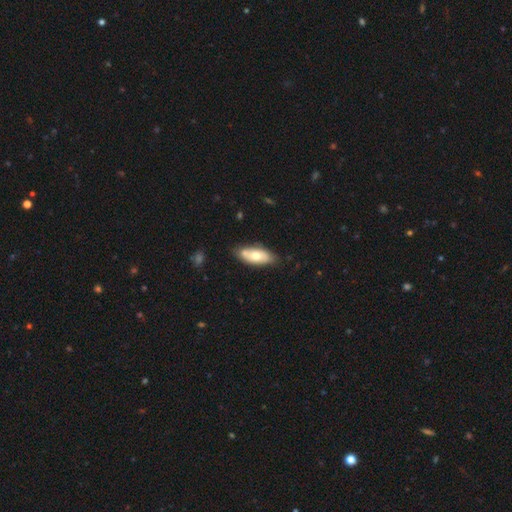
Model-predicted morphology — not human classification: This appears to be a smooth galaxy with no disk features (61%) that is in between round and cigar-shaped (82%). Merging: none (71%).